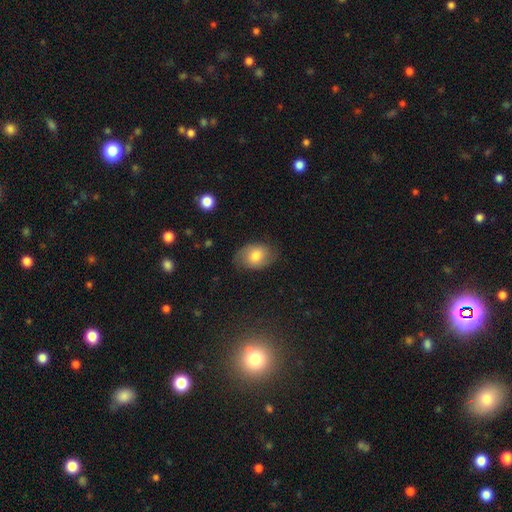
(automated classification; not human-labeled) Smooth or featured? smooth (61%)
How rounded? in between (77%)
Merging? none (74%)